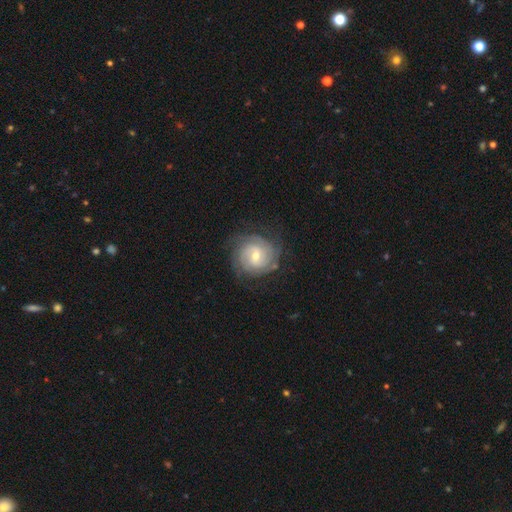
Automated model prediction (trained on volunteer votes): The model was most divided on "bulge size": moderate: 51%, small: 44%, large: 2%, none: 1%, dominant: 1%. Remaining: edge-on disk — no (98%); spiral arms — yes (93%); smooth or featured — featured or disk (77%); merging — none (75%); spiral winding — tight (71%); bar — no (53%); spiral arm count — can't tell (38%).